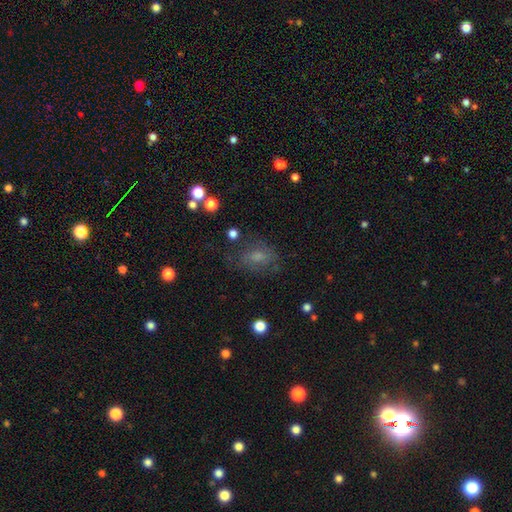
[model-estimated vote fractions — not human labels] This is possibly a smooth galaxy (52%). How rounded: likely in between (73%). Merging: likely none (62%).